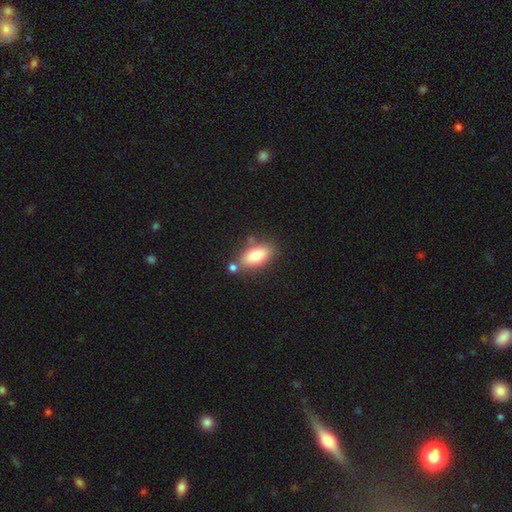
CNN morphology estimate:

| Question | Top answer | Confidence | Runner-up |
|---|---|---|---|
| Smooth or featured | smooth | 78% | featured or disk (15%) |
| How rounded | in between | 86% | cigar-shaped (10%) |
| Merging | none | 68% | merger (14%) |